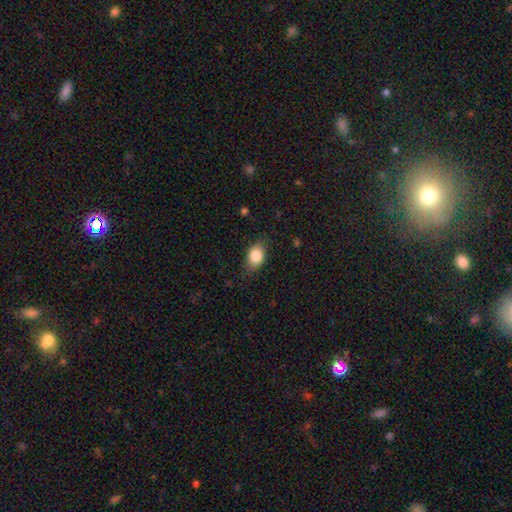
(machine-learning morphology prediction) This appears to be a smooth galaxy with no disk features (83%) that is in between round and cigar-shaped (76%). Merging: none (75%).